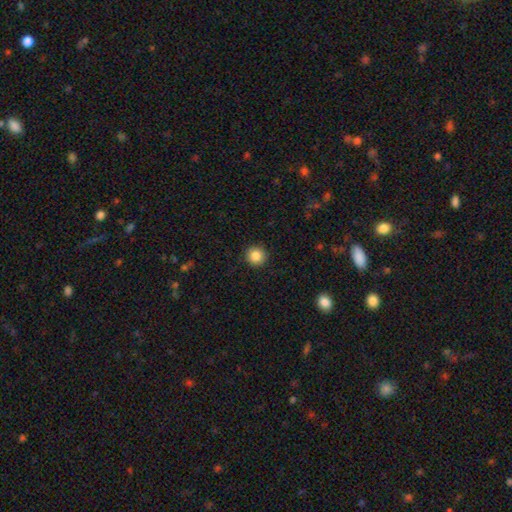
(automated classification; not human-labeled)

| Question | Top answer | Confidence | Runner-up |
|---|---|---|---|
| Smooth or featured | smooth | 86% | star or artifact (9%) |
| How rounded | round | 94% | in between (5%) |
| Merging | none | 92% | minor disturbance (5%) |